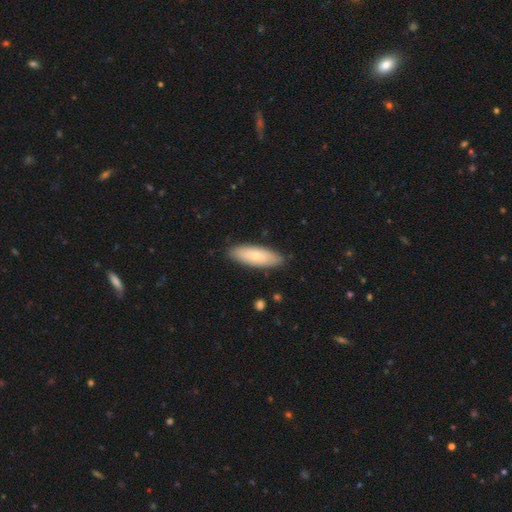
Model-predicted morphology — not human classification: smooth 74%, featured or disk 20%, star or artifact 6%. Down the decision tree: how rounded — in between (56%); merging — none (87%).